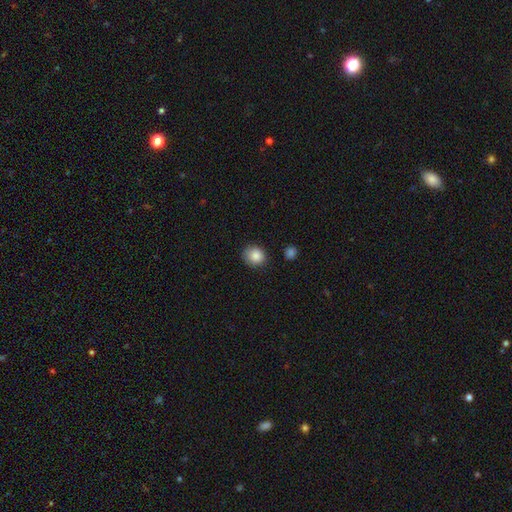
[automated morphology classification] Smooth or featured: smooth — 86% (star or artifact — 9%)
How rounded: round — 74% (in between — 25%)
Merging: none — 82% (minor disturbance — 13%)